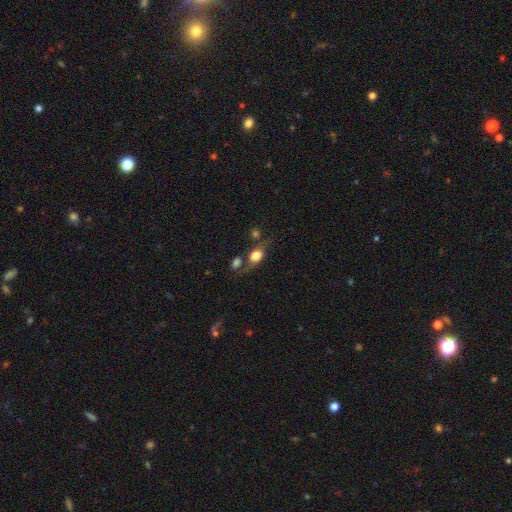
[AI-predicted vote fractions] A smooth galaxy with no disk features (67%) that is in between round and cigar-shaped (59%).

Vote fractions:
- Smooth or featured? smooth: 67% / featured or disk: 23% / star or artifact: 10%
- How rounded? in between: 59% / round: 36% / cigar-shaped: 4%
- Merging? none: 44% / merger: 24% / minor disturbance: 19% / major disturbance: 13%